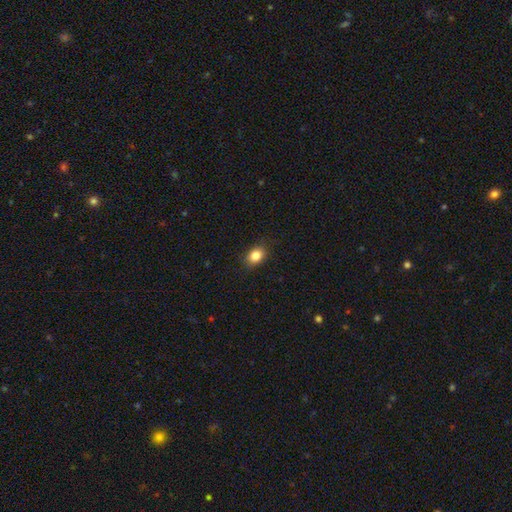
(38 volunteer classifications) A smooth galaxy with no disk features (87%) that is in between round and cigar-shaped (73%).

Vote fractions:
- Smooth or featured? smooth: 87% / featured or disk: 8% / star or artifact: 5%
- How rounded? in between: 73% / round: 27% / cigar-shaped: 0%
- Merging? none: 81% / minor disturbance: 19% / major disturbance: 0% / merger: 0%